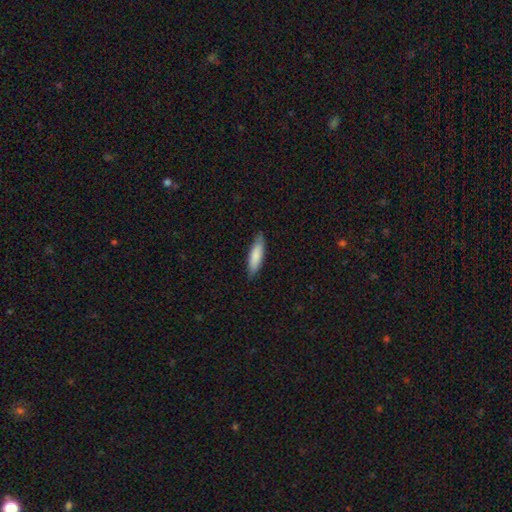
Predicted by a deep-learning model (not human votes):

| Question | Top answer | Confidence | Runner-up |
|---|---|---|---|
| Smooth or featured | smooth | 83% | featured or disk (12%) |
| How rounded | cigar-shaped | 63% | in between (36%) |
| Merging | none | 84% | minor disturbance (13%) |